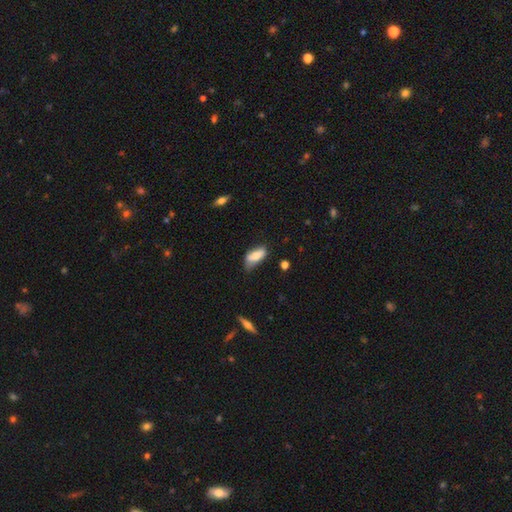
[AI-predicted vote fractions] This appears to be a smooth galaxy with no disk features (72%) that is in between round and cigar-shaped (84%). Merging: none (44%).